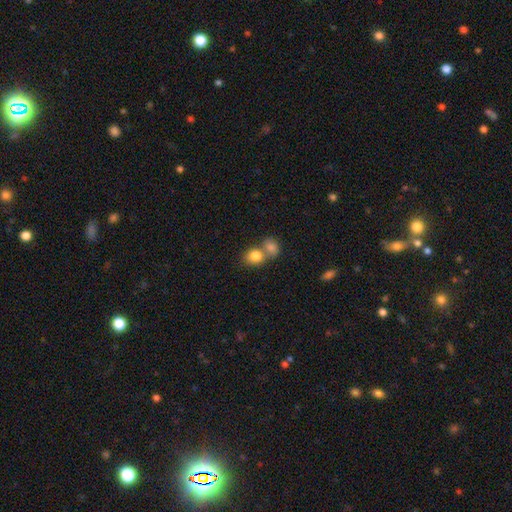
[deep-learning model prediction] This is clearly a smooth galaxy (83%). How rounded: possibly round (55%). Merging: possibly merger (54%).